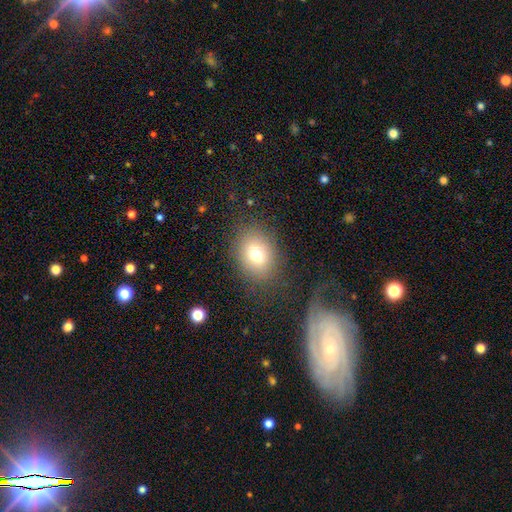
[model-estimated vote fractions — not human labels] A smooth galaxy with no disk features (74%) that is in between round and cigar-shaped (60%). Merging: none (77%).